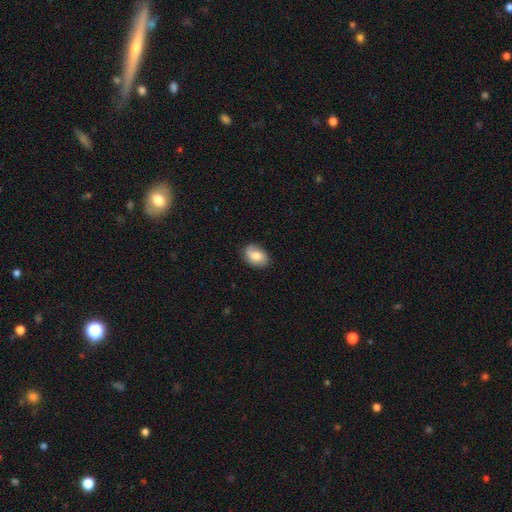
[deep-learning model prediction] smooth-or-featured: smooth: 78% | featured or disk: 15% | star or artifact: 7%
  how-rounded: in between: 86% | round: 13% | cigar-shaped: 1%
  merging: none: 86% | minor disturbance: 11% | major disturbance: 2% | merger: 1%